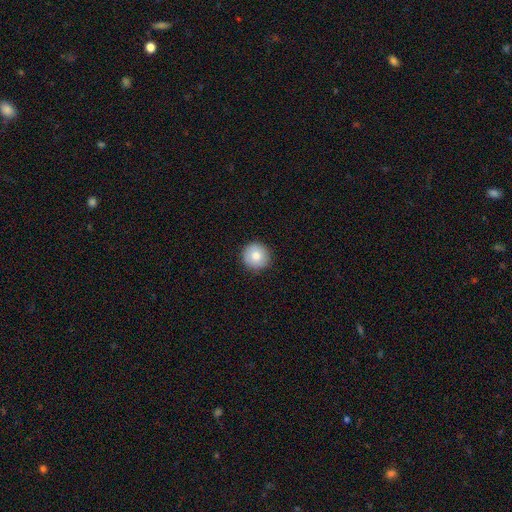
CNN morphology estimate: Q: Smooth or featured?
A: smooth (81%); runner-up: featured or disk (11%)
Q: How rounded?
A: round (96%); runner-up: in between (3%)
Q: Merging?
A: none (91%); runner-up: minor disturbance (7%)